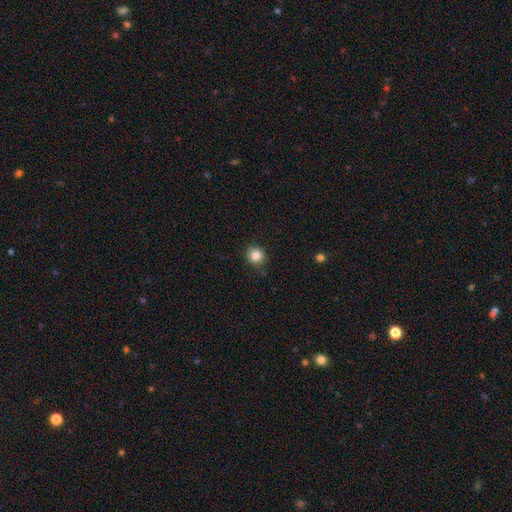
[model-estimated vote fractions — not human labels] A smooth galaxy with no disk features (84%) that is round (87%).

Vote fractions:
- Smooth or featured? smooth: 84% / star or artifact: 11% / featured or disk: 5%
- How rounded? round: 87% / in between: 12% / cigar-shaped: 1%
- Merging? none: 85% / minor disturbance: 12% / major disturbance: 2% / merger: 1%